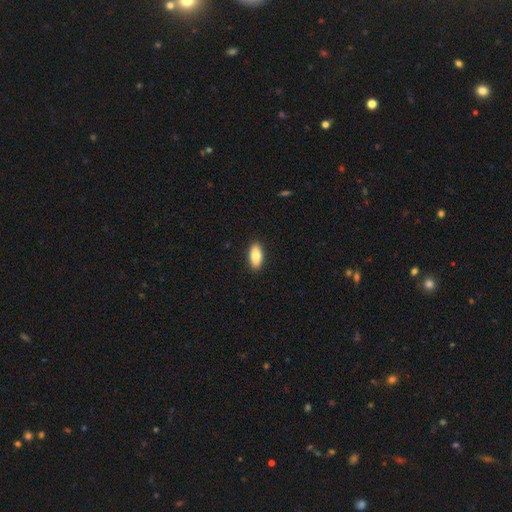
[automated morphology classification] smooth_or_featured: smooth (p=0.84) [alt: featured or disk p=0.10]
how_rounded: in between (p=0.89) [alt: cigar-shaped p=0.09]
merging: none (p=0.90) [alt: minor disturbance p=0.07]